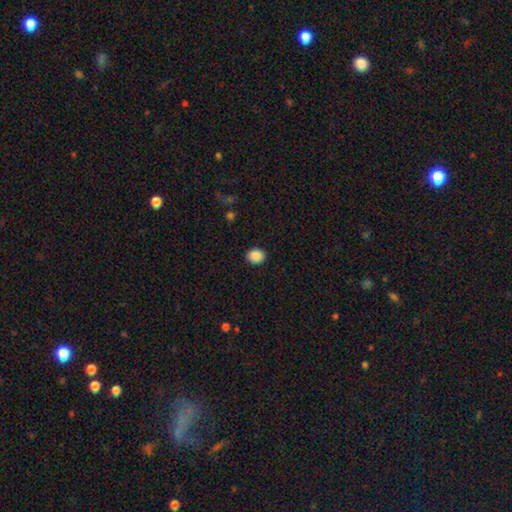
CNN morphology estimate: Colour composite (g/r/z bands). It shows a smooth galaxy with no disk features (89%) that is round (57%). Merging: none (91%).